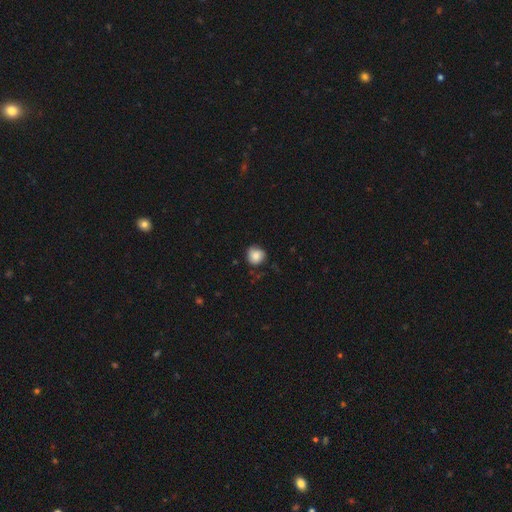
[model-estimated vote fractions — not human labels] A smooth galaxy with no disk features (80%) that is round (85%). Merging: none (72%).